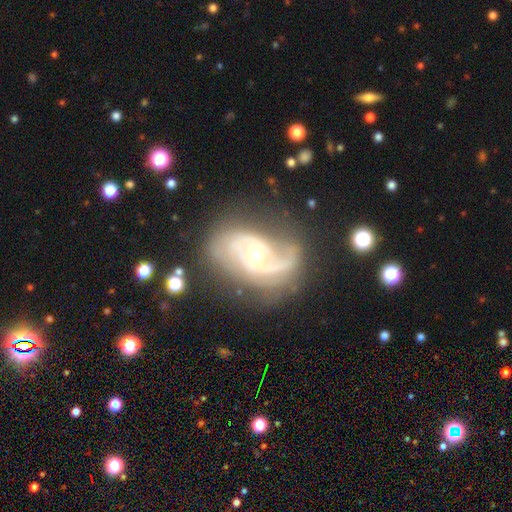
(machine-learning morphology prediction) Q: Smooth or featured?
A: featured or disk (85%); runner-up: smooth (8%)
Q: Edge-on disk?
A: no (96%); runner-up: yes (4%)
Q: Bar?
A: no (62%); runner-up: weak (30%)
Q: Spiral arms?
A: yes (93%); runner-up: no (7%)
Q: Spiral winding?
A: medium (45%); runner-up: tight (29%)
Q: Spiral arm count?
A: 2 (64%); runner-up: 1 (15%)
Q: Bulge size?
A: moderate (52%); runner-up: small (43%)
Q: Merging?
A: none (55%); runner-up: minor disturbance (23%)